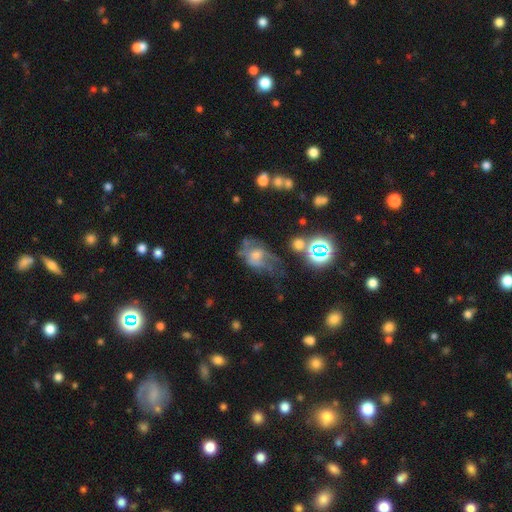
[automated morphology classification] This is possibly a featured or disk galaxy (48%). Merging: marginally major disturbance (35%).